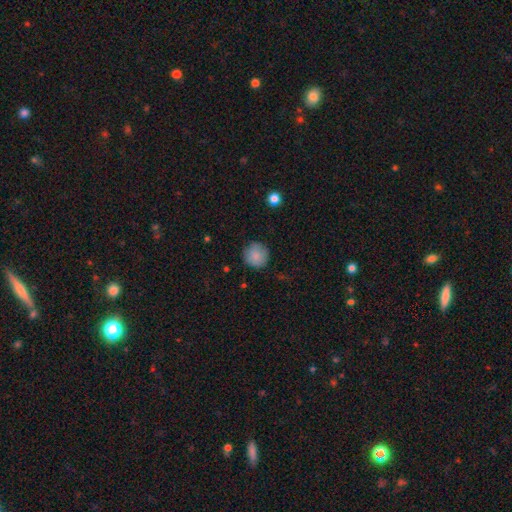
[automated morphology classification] type=smooth (87%); roundness=round (94%); merging=none (86%).